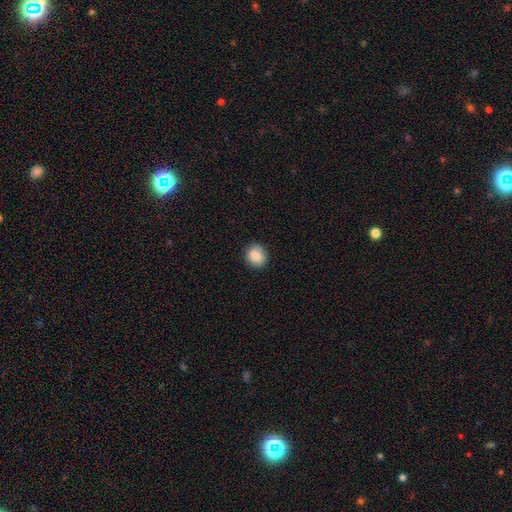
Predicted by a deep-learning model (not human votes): smooth-or-featured: smooth: 85% | star or artifact: 8% | featured or disk: 7%
  how-rounded: round: 83% | in between: 16% | cigar-shaped: 1%
  merging: none: 89% | minor disturbance: 8% | major disturbance: 2% | merger: 1%